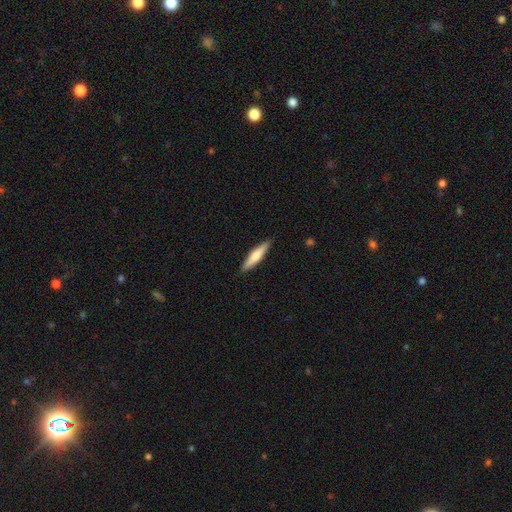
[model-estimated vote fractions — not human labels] A smooth galaxy with no disk features (59%) that is cigar-shaped (85%).

Vote fractions:
- Smooth or featured? smooth: 59% / featured or disk: 35% / star or artifact: 5%
- How rounded? cigar-shaped: 85% / in between: 13% / round: 1%
- Merging? none: 90% / minor disturbance: 7% / major disturbance: 2% / merger: 1%